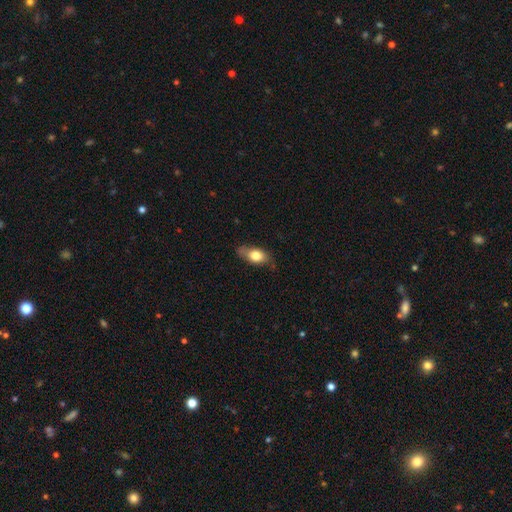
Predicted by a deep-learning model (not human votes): Smooth or featured?
  - smooth: 74% *
  - featured or disk: 18%
  - star or artifact: 7%
How rounded?
  - in between: 82% *
  - round: 9%
  - cigar-shaped: 9%
Merging?
  - none: 64% *
  - minor disturbance: 28%
  - major disturbance: 6%
  - merger: 2%